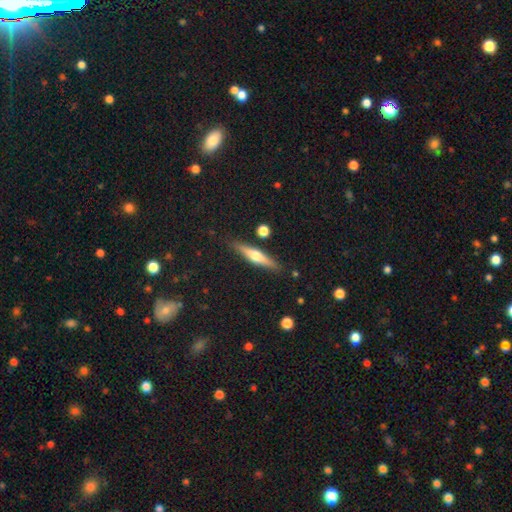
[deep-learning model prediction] Q: Smooth or featured?
A: featured or disk (56%); runner-up: smooth (37%)
Q: Edge-on disk?
A: yes (95%); runner-up: no (5%)
Q: Edge-on bulge?
A: rounded (90%); runner-up: none (5%)
Q: Merging?
A: none (87%); runner-up: minor disturbance (8%)